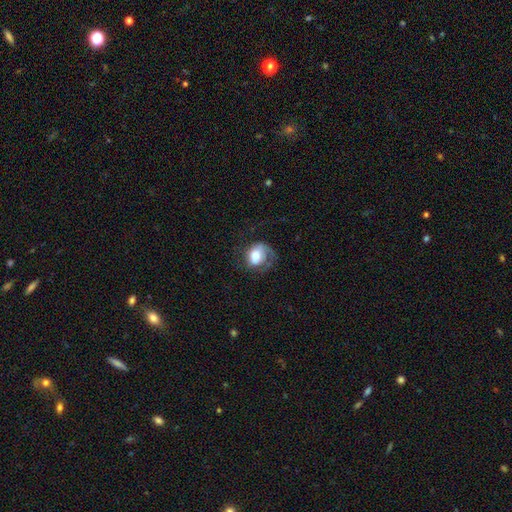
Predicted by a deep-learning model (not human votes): Q: Smooth or featured?
A: smooth (52%); runner-up: featured or disk (40%)
Q: How rounded?
A: in between (51%); runner-up: round (48%)
Q: Merging?
A: none (39%); runner-up: major disturbance (34%)